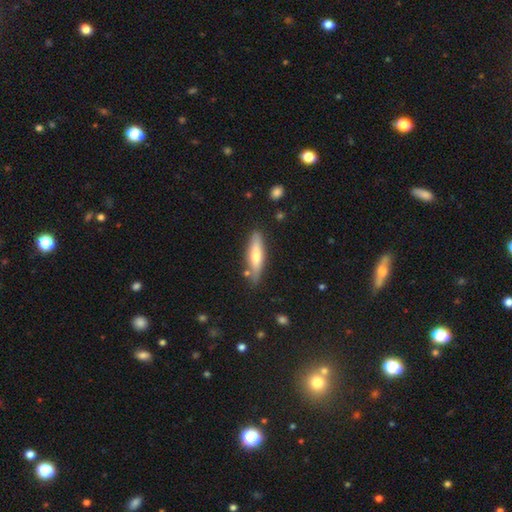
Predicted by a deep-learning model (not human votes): Smooth or featured?
  - smooth: 55% *
  - featured or disk: 38%
  - star or artifact: 7%
How rounded?
  - cigar-shaped: 73% *
  - in between: 25%
  - round: 2%
Merging?
  - none: 83% *
  - minor disturbance: 12%
  - merger: 3%
  - major disturbance: 2%